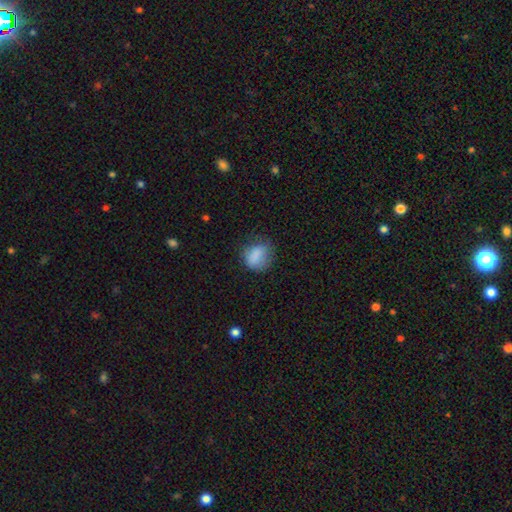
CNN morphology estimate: A smooth galaxy with no disk features (82%) that is in between round and cigar-shaped (50%).

Vote fractions:
- Smooth or featured? smooth: 82% / star or artifact: 9% / featured or disk: 9%
- How rounded? in between: 50% / round: 49% / cigar-shaped: 1%
- Merging? none: 59% / minor disturbance: 27% / major disturbance: 12% / merger: 1%